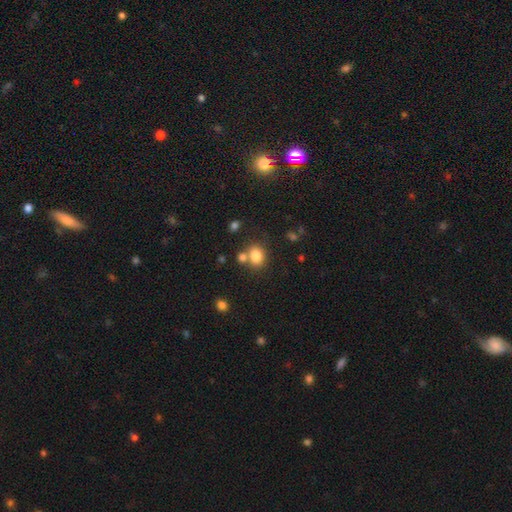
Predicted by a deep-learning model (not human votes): Morphology: type=smooth (81%); roundness=round (52%); merging=none (59%).